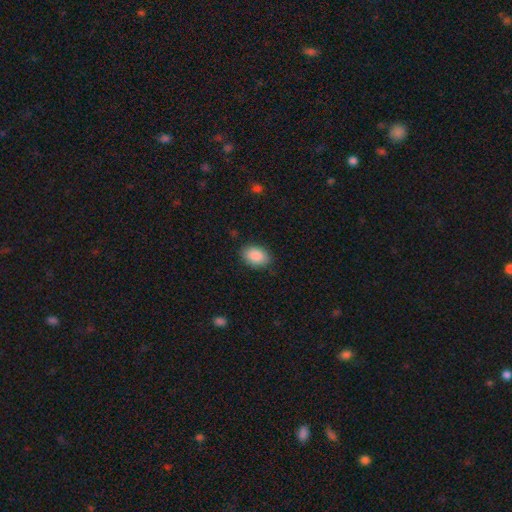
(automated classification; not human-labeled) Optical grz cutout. It shows a smooth galaxy with no disk features (88%) that is in between round and cigar-shaped (83%). Merging: none (84%).